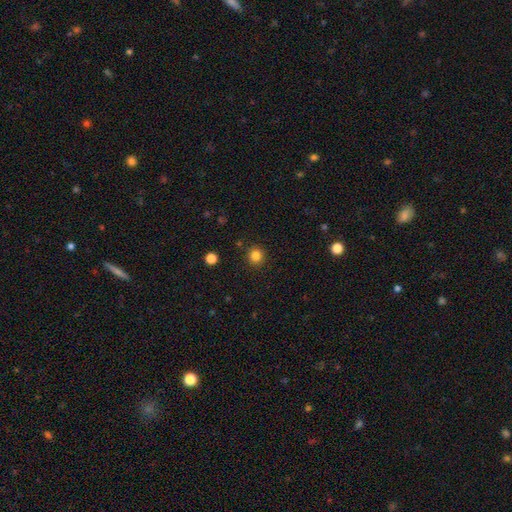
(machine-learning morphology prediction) Smooth or featured? smooth (83%)
How rounded? round (93%)
Merging? none (91%)